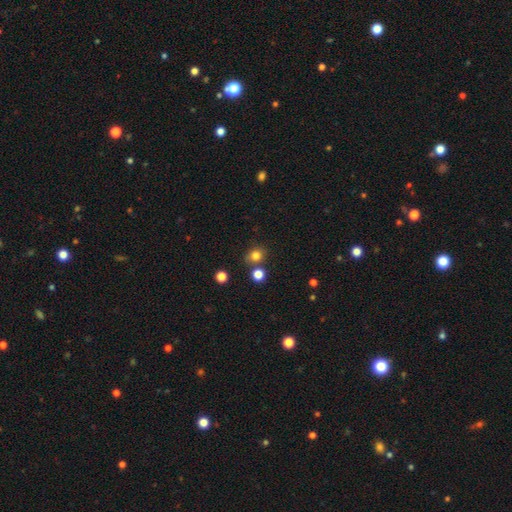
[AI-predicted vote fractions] Smooth or featured? Predicted: smooth (p=0.80). How rounded? Predicted: round (p=0.78). Merging? Predicted: none (p=0.72).